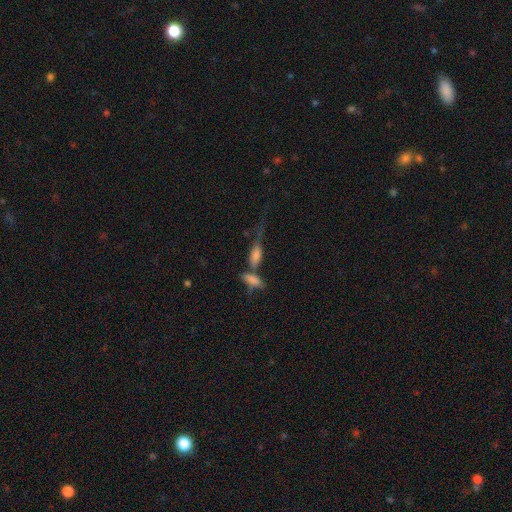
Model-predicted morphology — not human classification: smooth-or-featured: smooth: 61% | featured or disk: 27% | star or artifact: 13%
  how-rounded: in between: 59% | cigar-shaped: 36% | round: 5%
  merging: merger: 48% | none: 25% | minor disturbance: 14% | major disturbance: 13%